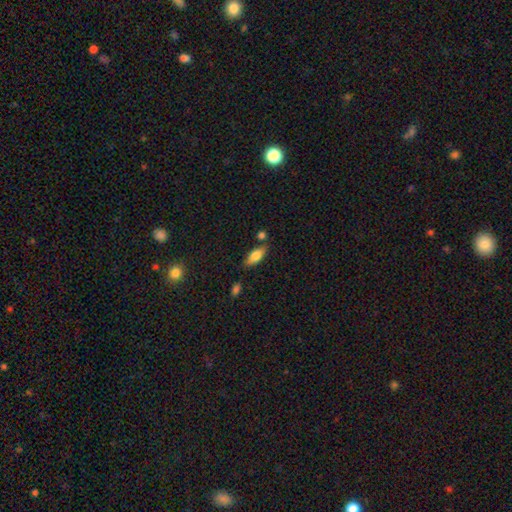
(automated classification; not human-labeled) The model was most divided on "how rounded": in between: 75%, cigar-shaped: 23%, round: 3%. More confident: smooth or featured — smooth (73%); merging — none (73%).